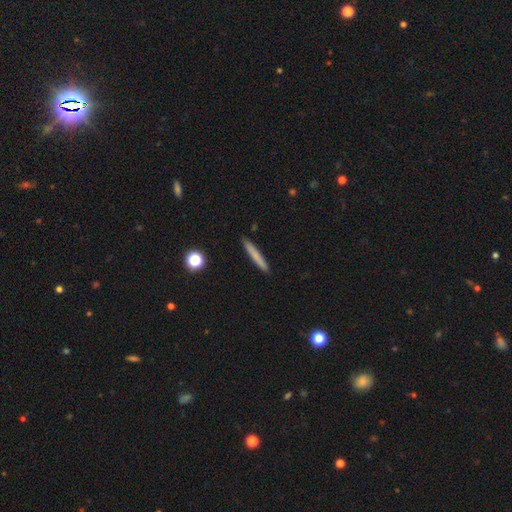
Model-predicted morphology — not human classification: smooth-or-featured: smooth: 73% | featured or disk: 20% | star or artifact: 7%
  how-rounded: cigar-shaped: 96% | in between: 3% | round: 1%
  merging: none: 91% | minor disturbance: 6% | major disturbance: 1% | merger: 1%